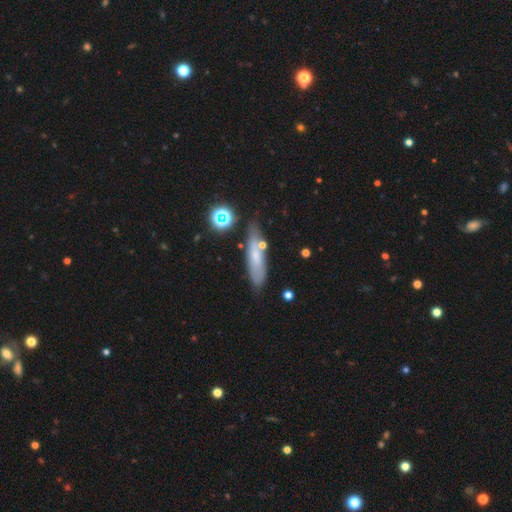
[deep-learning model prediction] This is likely a smooth galaxy (61%). How rounded: likely cigar-shaped (67%). Merging: likely none (71%).